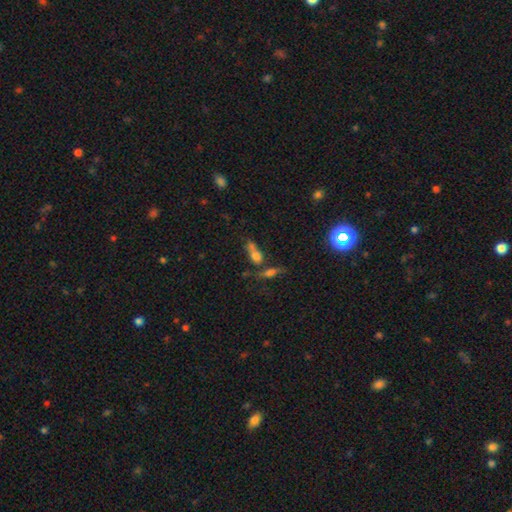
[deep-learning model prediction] Smooth or featured?
  - smooth: 59% *
  - star or artifact: 22%
  - featured or disk: 19%
How rounded?
  - in between: 55% *
  - round: 27%
  - cigar-shaped: 18%
Merging?
  - merger: 47% *
  - none: 32%
  - minor disturbance: 11%
  - major disturbance: 10%